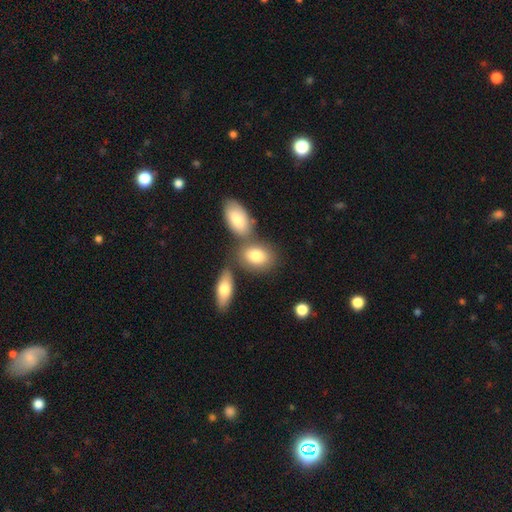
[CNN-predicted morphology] smooth 81%, featured or disk 11%, star or artifact 7%. Down the decision tree: how rounded — in between (80%); merging — none (55%).